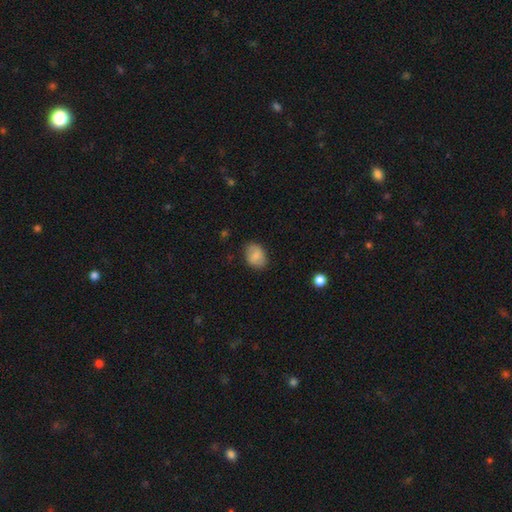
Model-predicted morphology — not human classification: Q: Smooth or featured?
A: smooth (78%); runner-up: featured or disk (14%)
Q: How rounded?
A: in between (76%); runner-up: round (23%)
Q: Merging?
A: none (79%); runner-up: minor disturbance (16%)